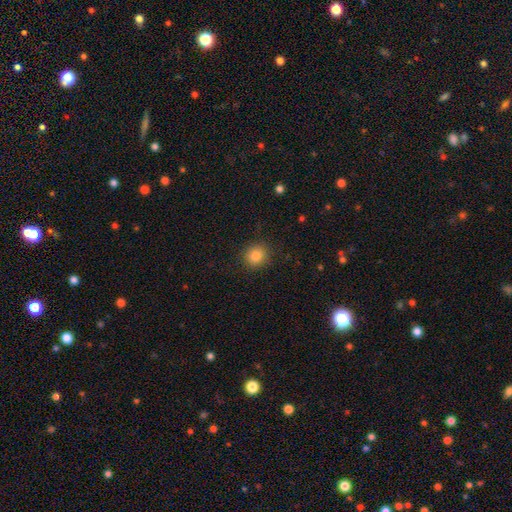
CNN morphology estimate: Smooth or featured: smooth — 85% (star or artifact — 10%)
How rounded: round — 85% (in between — 14%)
Merging: none — 89% (minor disturbance — 8%)